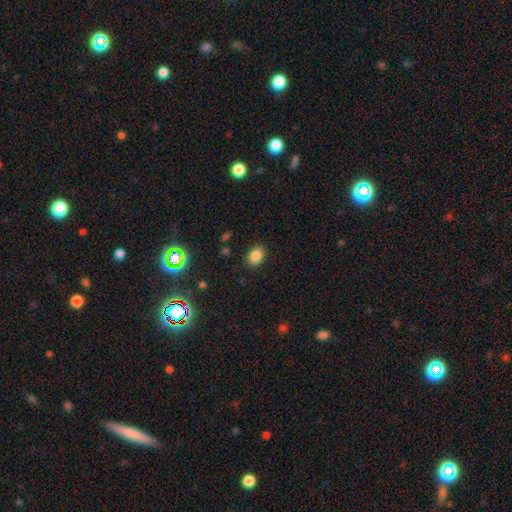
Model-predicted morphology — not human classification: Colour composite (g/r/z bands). It shows a smooth galaxy with no disk features (84%) that is in between round and cigar-shaped (66%). Merging: none (86%).